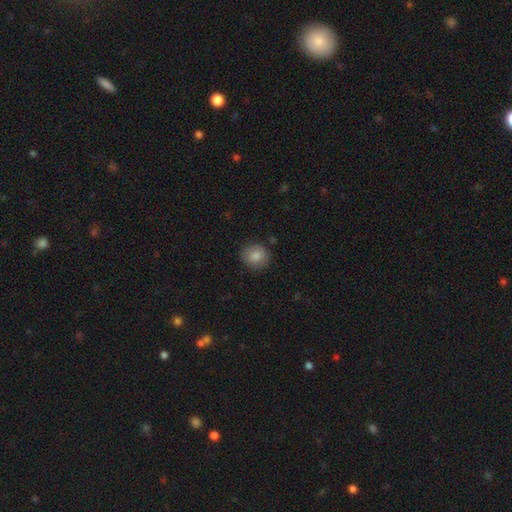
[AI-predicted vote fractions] A smooth galaxy with no disk features (84%) that is round (85%).

Vote fractions:
- Smooth or featured? smooth: 84% / star or artifact: 8% / featured or disk: 8%
- How rounded? round: 85% / in between: 14% / cigar-shaped: 1%
- Merging? none: 87% / minor disturbance: 9% / major disturbance: 2% / merger: 1%